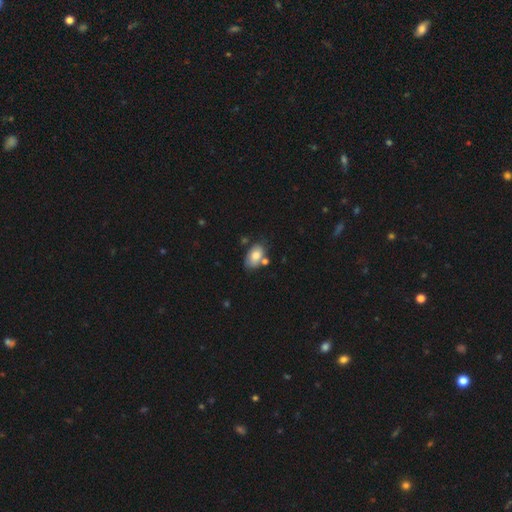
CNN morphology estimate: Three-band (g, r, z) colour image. It shows a smooth galaxy with no disk features (75%) that is in between round and cigar-shaped (90%). Merging: none (53%).